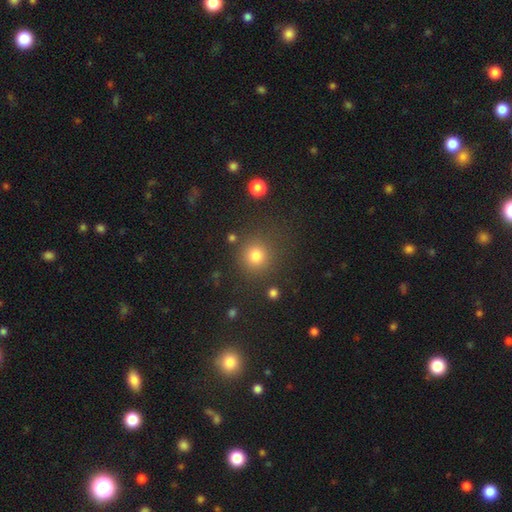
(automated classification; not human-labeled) A smooth galaxy with no disk features (80%) that is round (93%). Merging: none (83%).